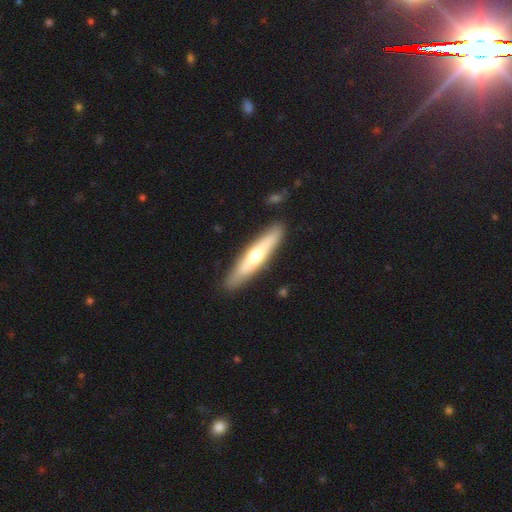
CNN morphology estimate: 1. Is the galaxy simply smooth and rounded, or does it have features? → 51% smooth, 44% featured or disk, 5% star or artifact.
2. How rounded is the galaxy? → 84% cigar-shaped, 14% in between, 1% round.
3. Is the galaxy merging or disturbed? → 89% none, 8% minor disturbance, 2% major disturbance, 2% merger.